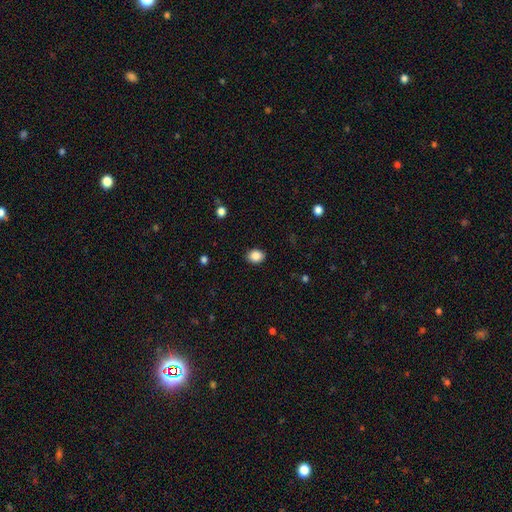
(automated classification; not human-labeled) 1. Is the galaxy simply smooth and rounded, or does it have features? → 87% smooth, 9% star or artifact, 4% featured or disk.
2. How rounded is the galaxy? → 58% in between, 41% round, 1% cigar-shaped.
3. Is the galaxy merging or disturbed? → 89% none, 8% minor disturbance, 2% major disturbance, 1% merger.